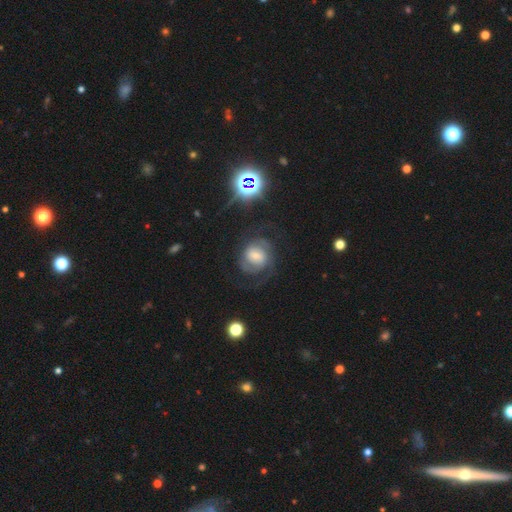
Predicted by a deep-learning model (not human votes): smooth-or-featured: featured or disk: 70% | smooth: 20% | star or artifact: 10%
  disk-edge-on: no: 98% | yes: 2%
    bar: no: 47% | weak: 40% | strong: 12%
    has-spiral-arms: yes: 90% | no: 10%
      spiral-winding: tight: 42% (tied) | medium: 42% (tied) | loose: 16%
      spiral-arm-count: 2: 56% | can't tell: 21% | 3: 10% | 1: 6% | 4: 3% | more than 4: 3%
    bulge-size: small: 47% | moderate: 34% | large: 12% | none: 5% | dominant: 3%
  merging: none: 62% | major disturbance: 19% | minor disturbance: 16% | merger: 2%